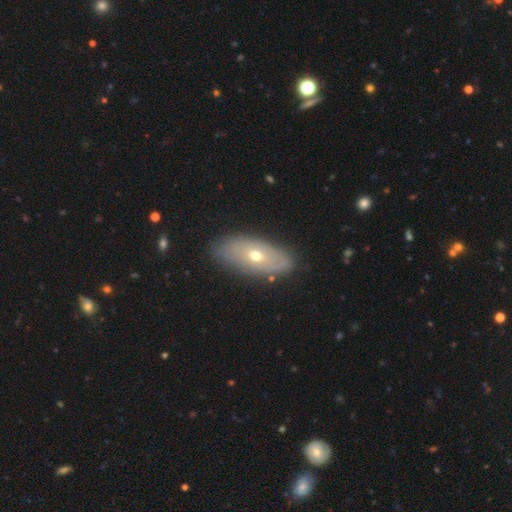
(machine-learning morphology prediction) The model was most divided on "smooth or featured": featured or disk: 48%, smooth: 45%, star or artifact: 7%. More confident: merging — none (84%).